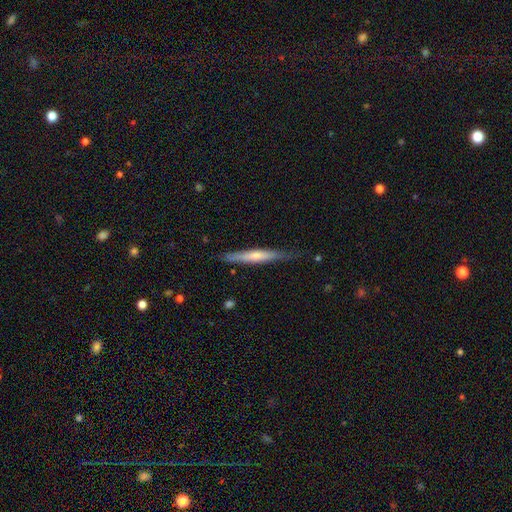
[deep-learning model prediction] Morphology: type=smooth (49%); merging=none (79%).